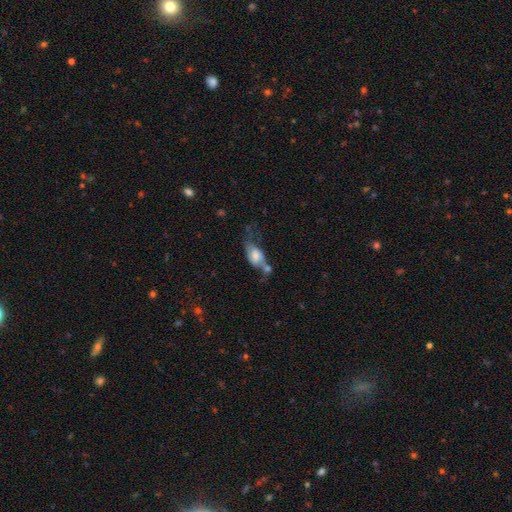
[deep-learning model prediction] Smooth or featured? Predicted: featured or disk (p=0.47). Merging? Predicted: none (p=0.29).